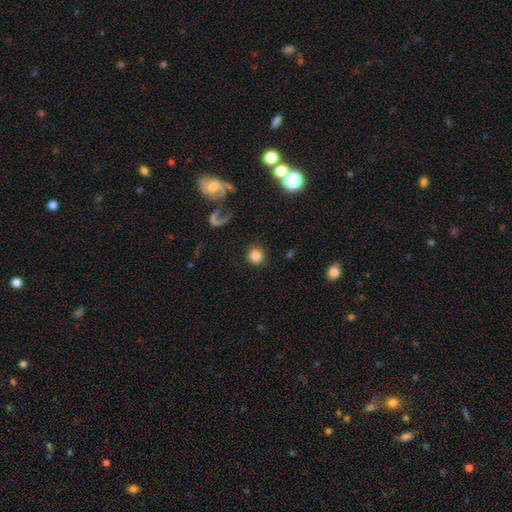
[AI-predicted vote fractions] Overall: smooth (80%). How rounded: round (93%). Merging: none (86%).